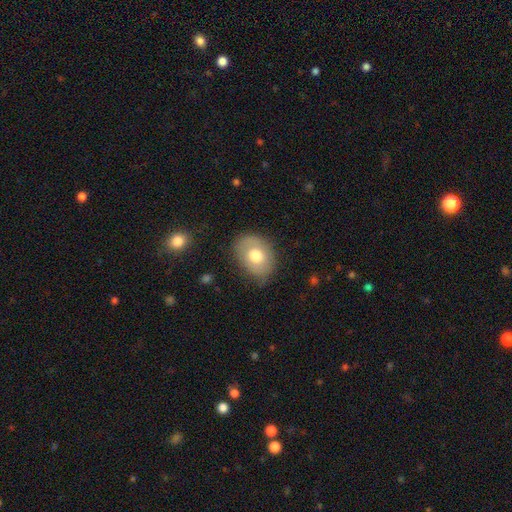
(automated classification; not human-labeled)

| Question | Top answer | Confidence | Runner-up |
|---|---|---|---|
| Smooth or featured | smooth | 64% | featured or disk (28%) |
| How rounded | in between | 67% | round (32%) |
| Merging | none | 74% | minor disturbance (18%) |